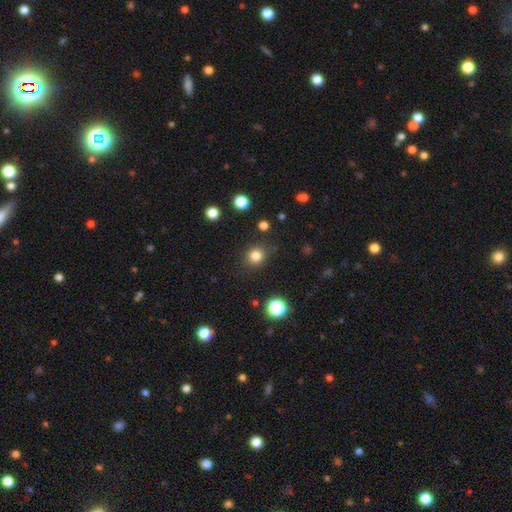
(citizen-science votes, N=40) Overall: smooth (92%). How rounded: round (84%). Merging: none (76%).